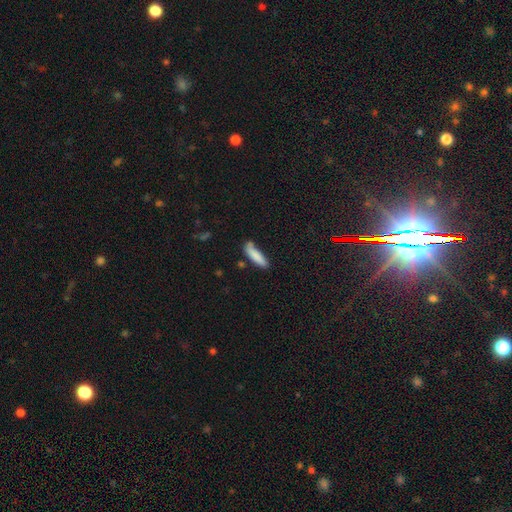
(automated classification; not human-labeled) smooth_or_featured: smooth (p=0.84) [alt: featured or disk p=0.10]
how_rounded: cigar-shaped (p=0.73) [alt: in between p=0.26]
merging: none (p=0.67) [alt: minor disturbance p=0.21]